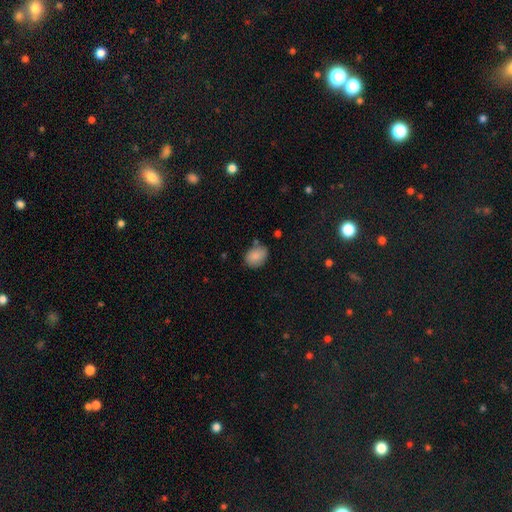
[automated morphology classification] This appears to be a smooth galaxy with no disk features (87%) that is in between round and cigar-shaped (63%). Merging: none (72%).